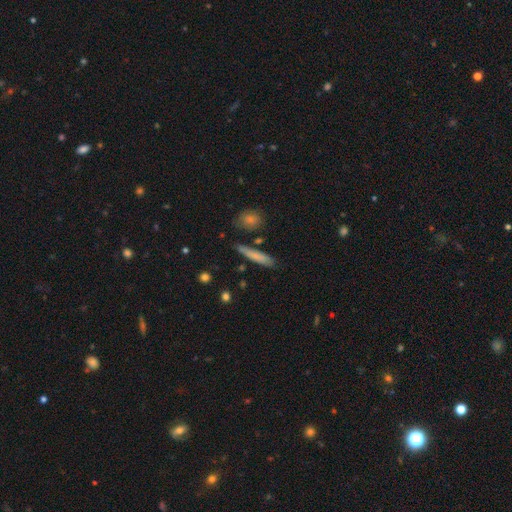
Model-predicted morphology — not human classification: smooth_or_featured: smooth (p=0.74) [alt: featured or disk p=0.19]
how_rounded: cigar-shaped (p=0.88) [alt: in between p=0.10]
merging: none (p=0.80) [alt: minor disturbance p=0.12]